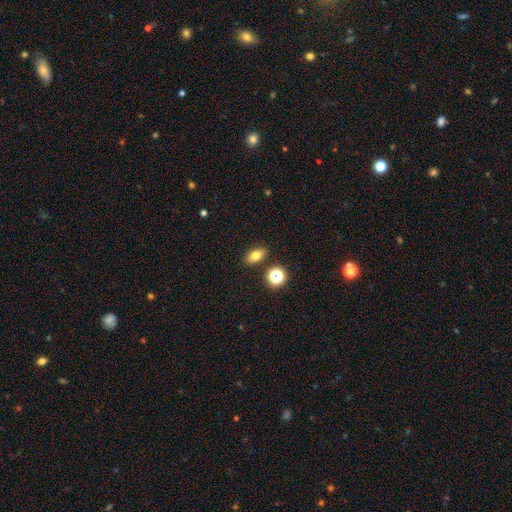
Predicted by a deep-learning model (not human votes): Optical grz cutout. It shows a smooth galaxy with no disk features (73%) that is in between round and cigar-shaped (80%). Merging: none (85%).